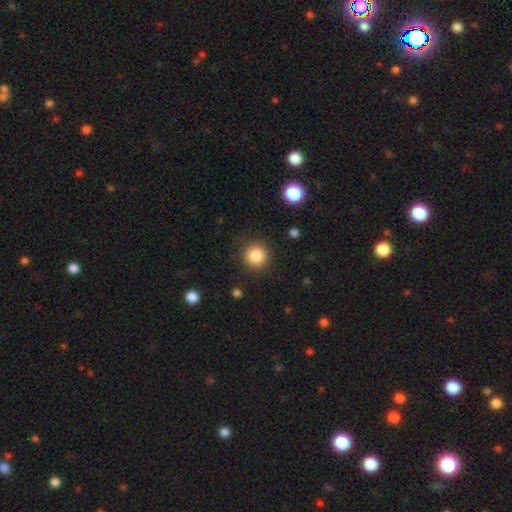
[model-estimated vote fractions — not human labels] This is clearly a smooth galaxy (85%). How rounded: clearly round (94%). Merging: clearly none (88%).